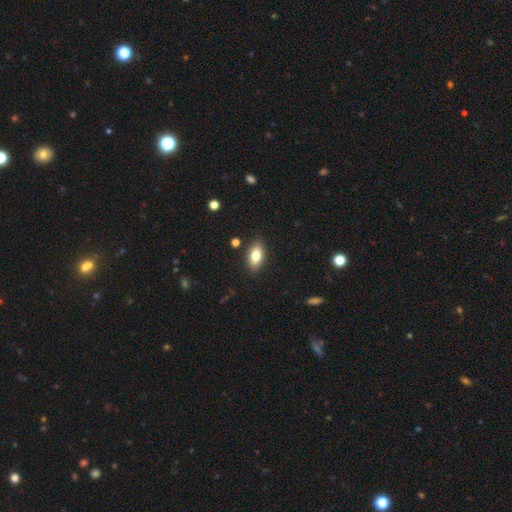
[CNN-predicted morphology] smooth-or-featured: smooth: 79% | featured or disk: 13% | star or artifact: 8%
  how-rounded: in between: 89% | cigar-shaped: 7% | round: 4%
  merging: none: 87% | minor disturbance: 9% | major disturbance: 2% | merger: 2%